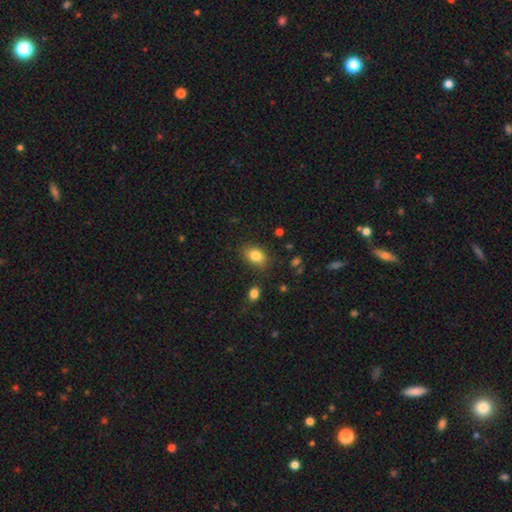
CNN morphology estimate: smooth-or-featured: smooth: 84% | star or artifact: 9% | featured or disk: 7%
  how-rounded: in between: 76% | round: 23% | cigar-shaped: 1%
  merging: none: 83% | minor disturbance: 12% | major disturbance: 3% | merger: 2%